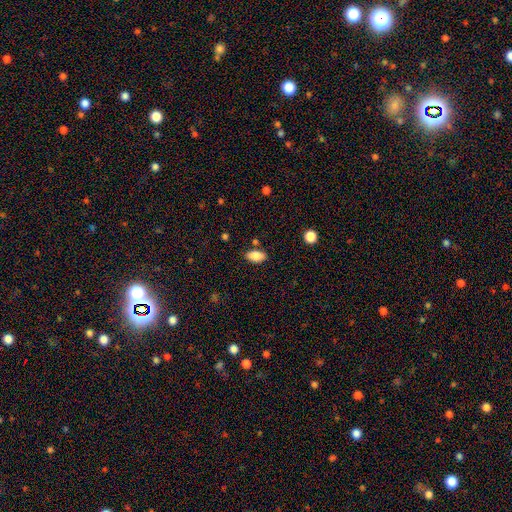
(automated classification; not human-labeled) Smooth or featured? Predicted: smooth (p=0.87). How rounded? Predicted: in between (p=0.92). Merging? Predicted: none (p=0.82).